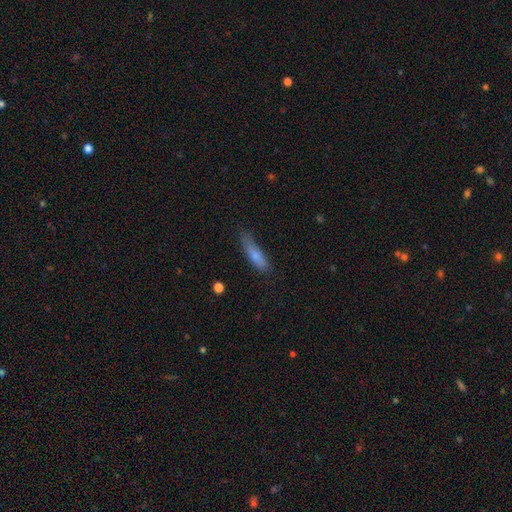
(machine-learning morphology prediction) A smooth galaxy with no disk features (77%) that is cigar-shaped (63%).

Vote fractions:
- Smooth or featured? smooth: 77% / featured or disk: 16% / star or artifact: 7%
- How rounded? cigar-shaped: 63% / in between: 35% / round: 2%
- Merging? none: 57% / minor disturbance: 32% / major disturbance: 9% / merger: 2%